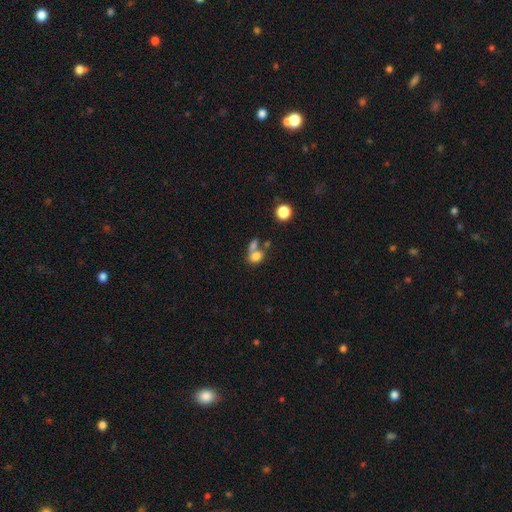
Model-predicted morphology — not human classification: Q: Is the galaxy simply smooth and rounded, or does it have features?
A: smooth — 78%.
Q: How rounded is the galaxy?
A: in between — 60%.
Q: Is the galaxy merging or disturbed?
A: merger — 49%.